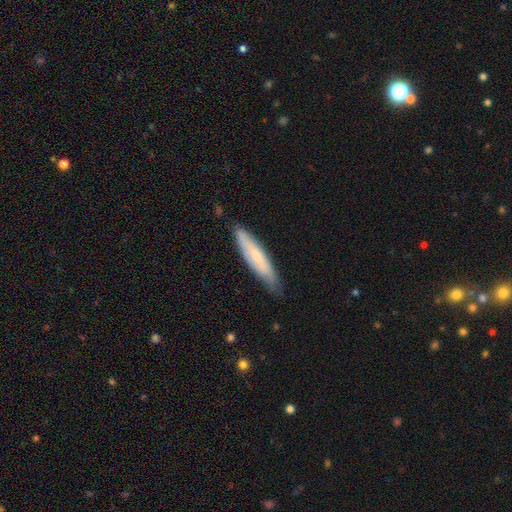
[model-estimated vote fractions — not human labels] The model was most divided on "smooth or featured": smooth: 62%, featured or disk: 32%, star or artifact: 6%. More confident: how rounded — cigar-shaped (84%); merging — none (76%).